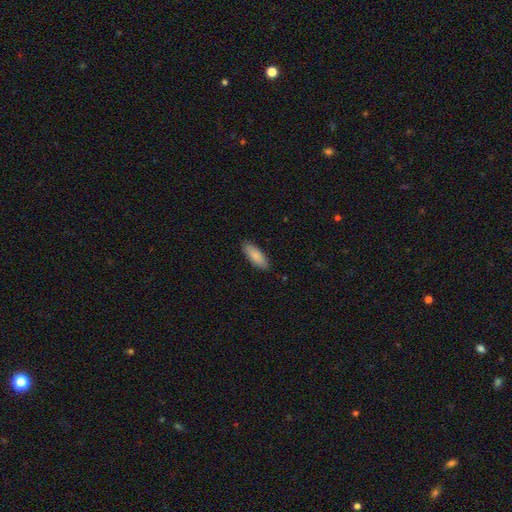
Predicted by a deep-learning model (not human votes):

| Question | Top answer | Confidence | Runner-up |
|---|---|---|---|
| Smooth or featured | smooth | 87% | featured or disk (8%) |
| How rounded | in between | 70% | cigar-shaped (29%) |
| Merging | none | 86% | minor disturbance (11%) |